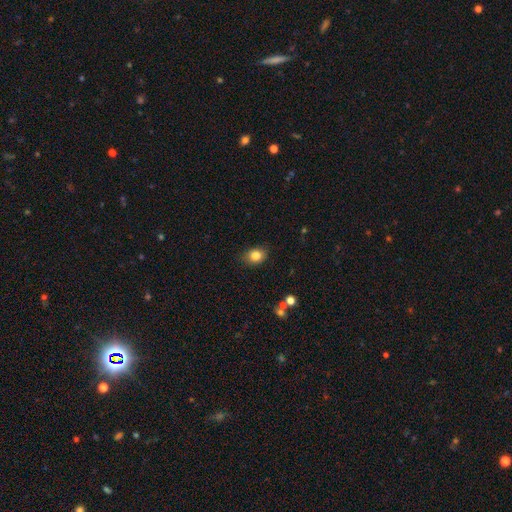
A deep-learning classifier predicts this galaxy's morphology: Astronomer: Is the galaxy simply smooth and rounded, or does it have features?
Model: smooth — 82%.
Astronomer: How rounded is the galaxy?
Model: in between — 51% (runner-up: round, 48%).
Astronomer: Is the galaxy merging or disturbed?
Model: none — 81%.